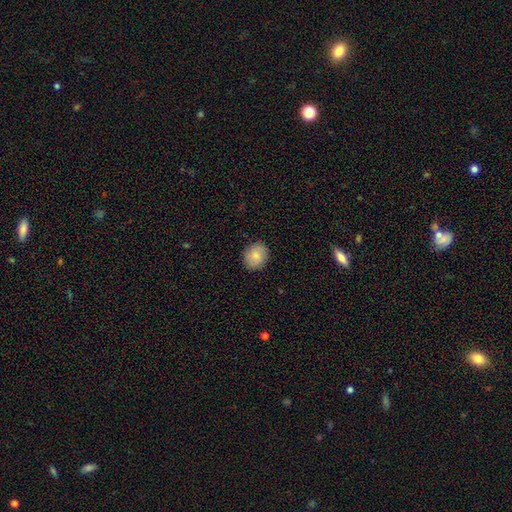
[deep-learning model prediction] Smooth or featured? smooth (82%)
How rounded? round (62%)
Merging? none (89%)